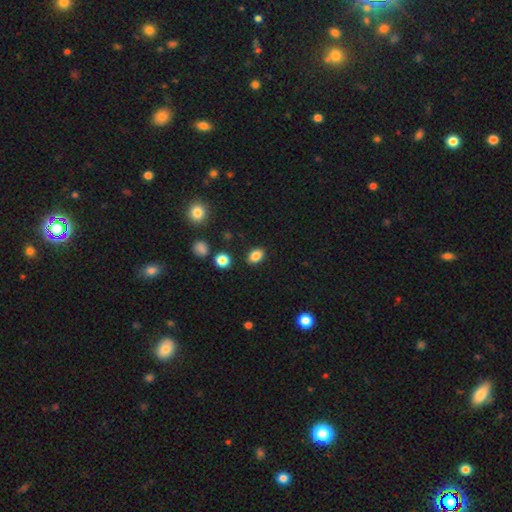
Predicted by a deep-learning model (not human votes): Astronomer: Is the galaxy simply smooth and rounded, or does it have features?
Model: smooth — 86%.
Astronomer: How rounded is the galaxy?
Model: in between — 77%.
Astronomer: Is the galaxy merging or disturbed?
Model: none — 87%.